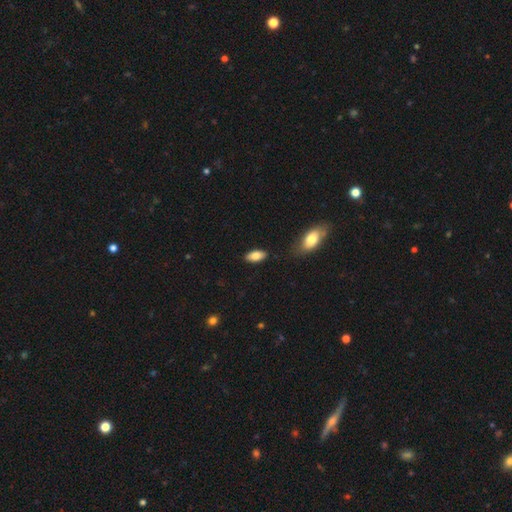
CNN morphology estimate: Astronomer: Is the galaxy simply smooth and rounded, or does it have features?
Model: smooth — 81%.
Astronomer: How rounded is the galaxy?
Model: in between — 90%.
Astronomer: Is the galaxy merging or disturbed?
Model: none — 86%.